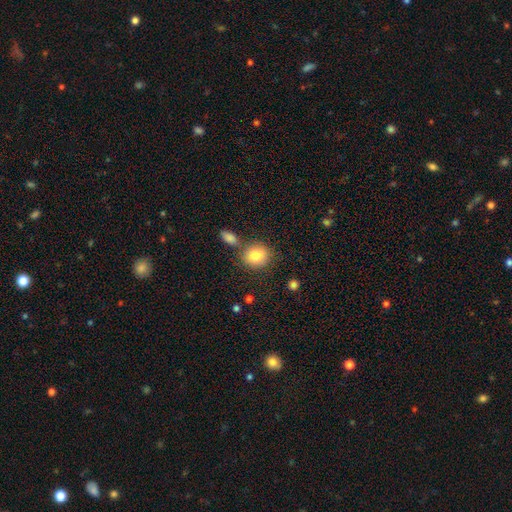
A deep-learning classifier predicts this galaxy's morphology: smooth 84%, featured or disk 8%, star or artifact 8%. Down the decision tree: how rounded — round (69%); merging — none (67%).